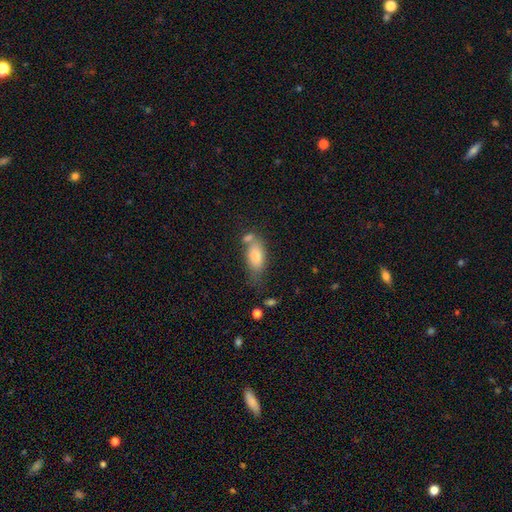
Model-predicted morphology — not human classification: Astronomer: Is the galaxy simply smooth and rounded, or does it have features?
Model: smooth — 80%.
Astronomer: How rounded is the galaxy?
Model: in between — 85%.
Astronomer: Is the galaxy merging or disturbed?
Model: none — 42% (runner-up: merger, 24%).